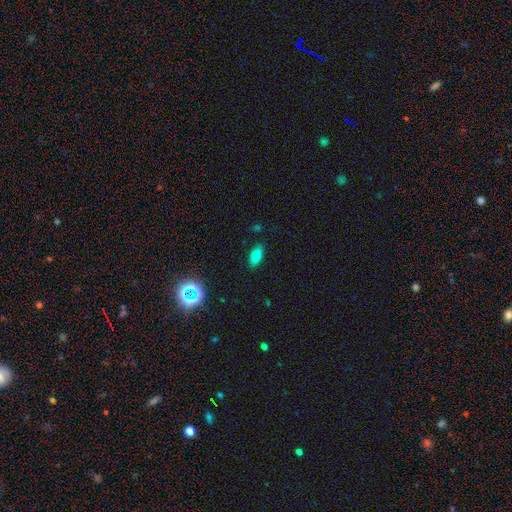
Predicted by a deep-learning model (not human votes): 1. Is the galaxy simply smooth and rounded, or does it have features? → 74% smooth, 14% featured or disk, 12% star or artifact.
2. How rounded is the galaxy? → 84% in between, 12% cigar-shaped, 4% round.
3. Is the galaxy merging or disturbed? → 87% none, 10% minor disturbance, 2% major disturbance, 1% merger.